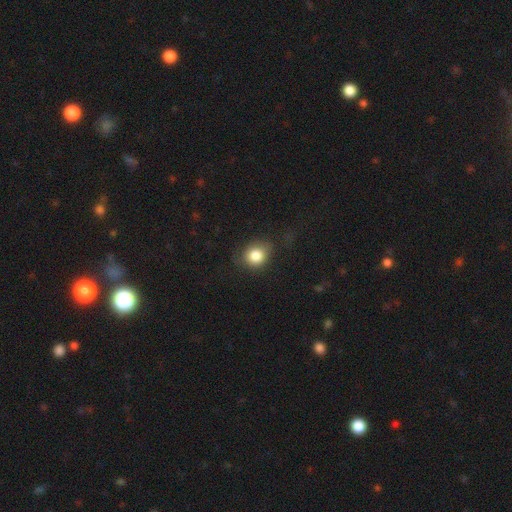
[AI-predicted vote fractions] smooth 83%, star or artifact 10%, featured or disk 7%. Down the decision tree: how rounded — round (72%); merging — none (68%).